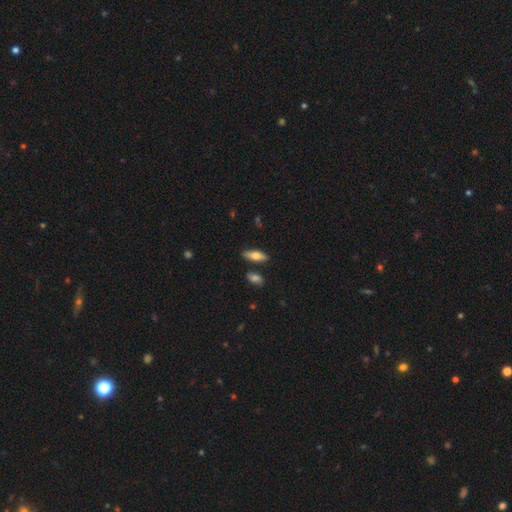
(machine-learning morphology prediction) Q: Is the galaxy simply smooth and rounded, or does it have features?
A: smooth — 59%.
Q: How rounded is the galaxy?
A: in between — 64%.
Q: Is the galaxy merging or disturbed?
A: none — 81%.